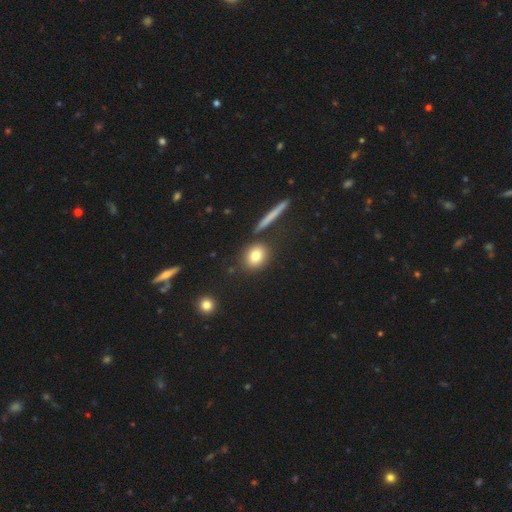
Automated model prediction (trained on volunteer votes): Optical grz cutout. It shows a smooth galaxy with no disk features (80%) that is round (65%). Merging: none (81%).